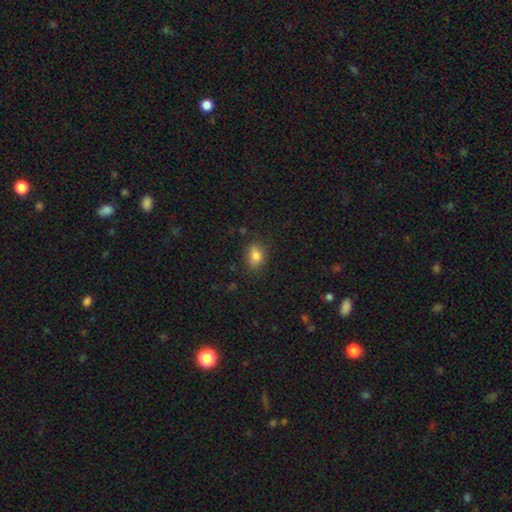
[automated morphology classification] Smooth or featured? Predicted: smooth (p=0.81). How rounded? Predicted: in between (p=0.70). Merging? Predicted: none (p=0.72).